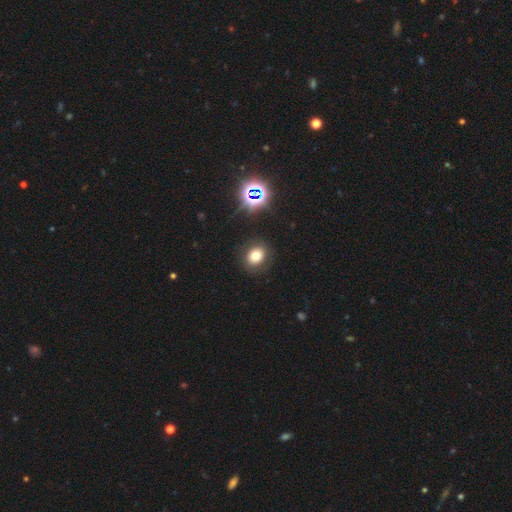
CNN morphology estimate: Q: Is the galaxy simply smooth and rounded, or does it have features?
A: smooth — 72%.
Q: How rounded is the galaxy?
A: round — 67%.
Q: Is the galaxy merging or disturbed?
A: none — 87%.